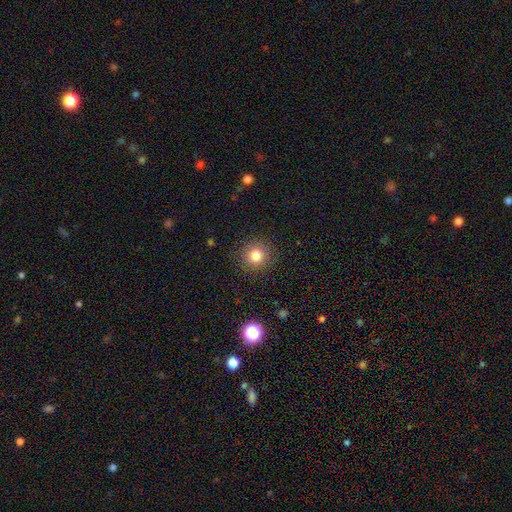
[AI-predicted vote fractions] Q: Smooth or featured?
A: smooth (81%); runner-up: star or artifact (12%)
Q: How rounded?
A: round (94%); runner-up: in between (5%)
Q: Merging?
A: none (89%); runner-up: minor disturbance (7%)